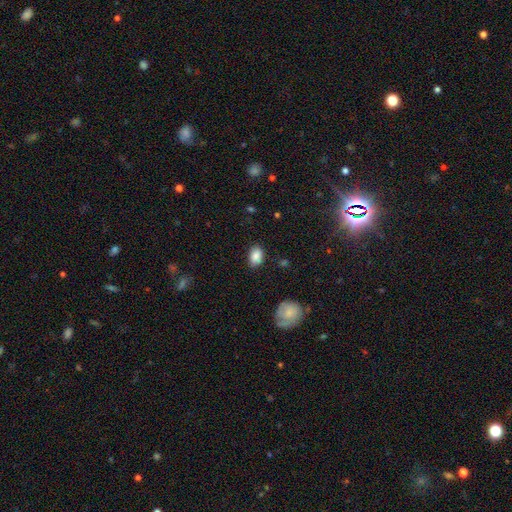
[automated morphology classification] Smooth or featured? smooth (87%)
How rounded? in between (86%)
Merging? none (81%)